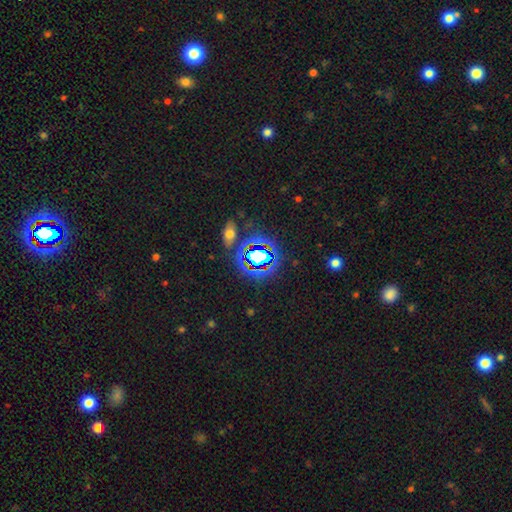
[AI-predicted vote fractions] Q: Smooth or featured?
A: star or artifact (66%); runner-up: smooth (22%)